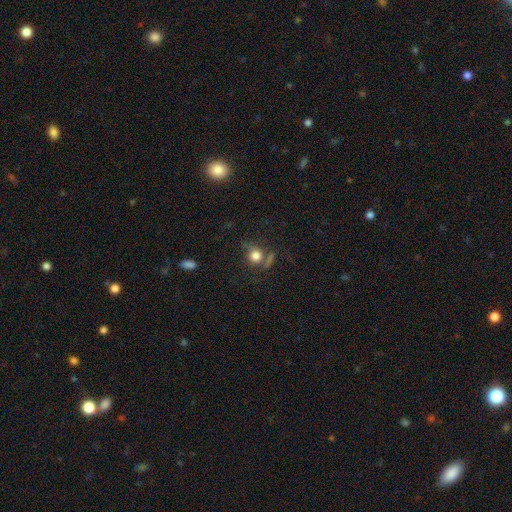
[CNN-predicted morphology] Smooth or featured?
  - smooth: 75% *
  - star or artifact: 14%
  - featured or disk: 11%
How rounded?
  - round: 86% *
  - in between: 13%
  - cigar-shaped: 2%
Merging?
  - none: 63% *
  - minor disturbance: 16%
  - merger: 11%
  - major disturbance: 10%